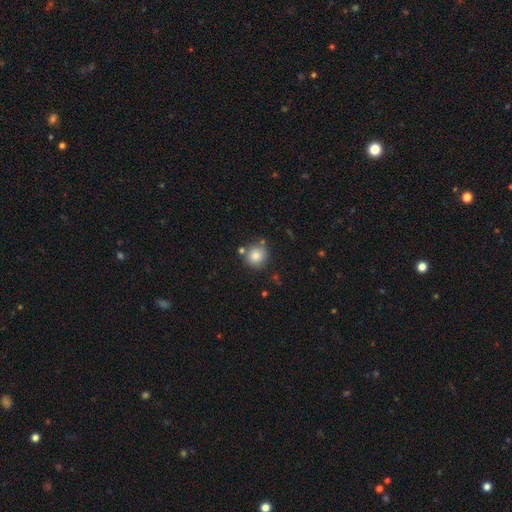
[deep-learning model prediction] Smooth or featured? Predicted: smooth (p=0.83). How rounded? Predicted: round (p=0.91). Merging? Predicted: none (p=0.78).